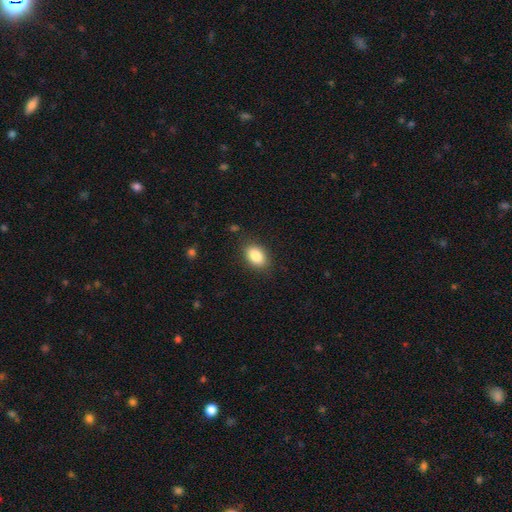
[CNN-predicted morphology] smooth 86%, star or artifact 8%, featured or disk 6%. Down the decision tree: how rounded — in between (84%); merging — none (85%).